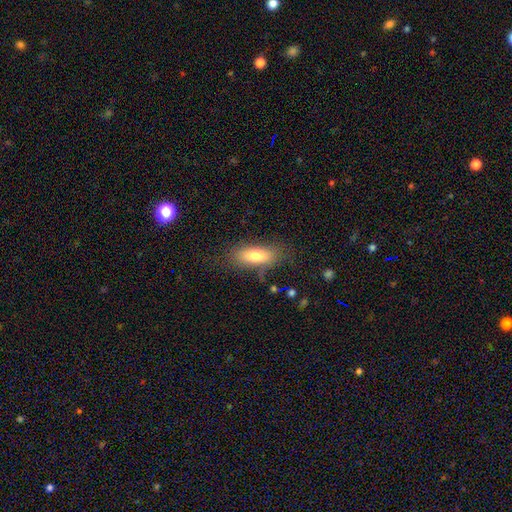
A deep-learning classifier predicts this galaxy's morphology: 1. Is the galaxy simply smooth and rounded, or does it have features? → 74% smooth, 18% featured or disk, 8% star or artifact.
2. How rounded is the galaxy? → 75% in between, 21% cigar-shaped, 4% round.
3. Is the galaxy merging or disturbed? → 71% none, 19% minor disturbance, 8% major disturbance, 3% merger.